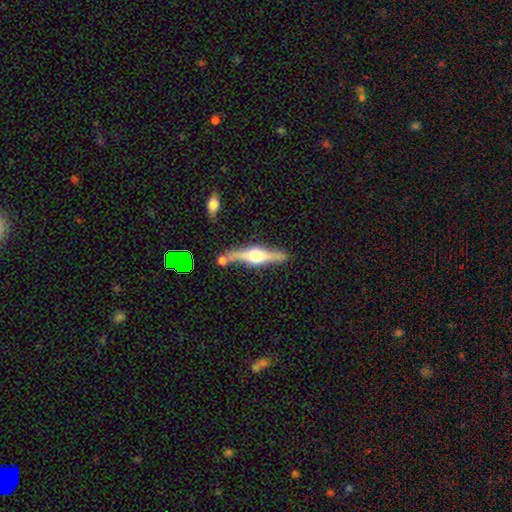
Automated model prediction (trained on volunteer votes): Smooth or featured? Predicted: featured or disk (p=0.76). Edge-on disk? Predicted: yes (p=0.97). Edge-on bulge? Predicted: rounded (p=0.95). Merging? Predicted: none (p=0.76).